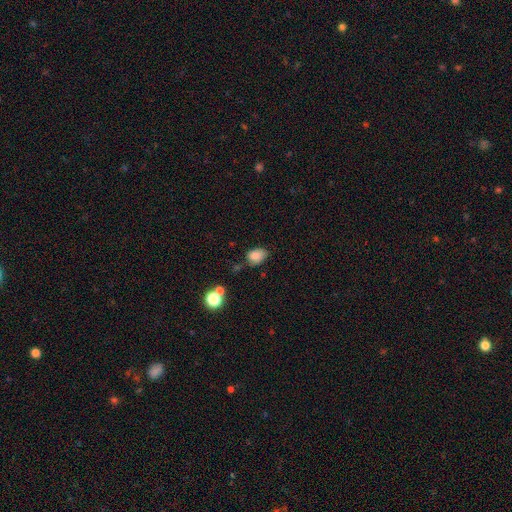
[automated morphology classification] Q: Smooth or featured?
A: smooth (83%); runner-up: star or artifact (11%)
Q: How rounded?
A: in between (75%); runner-up: round (23%)
Q: Merging?
A: none (60%); runner-up: minor disturbance (27%)